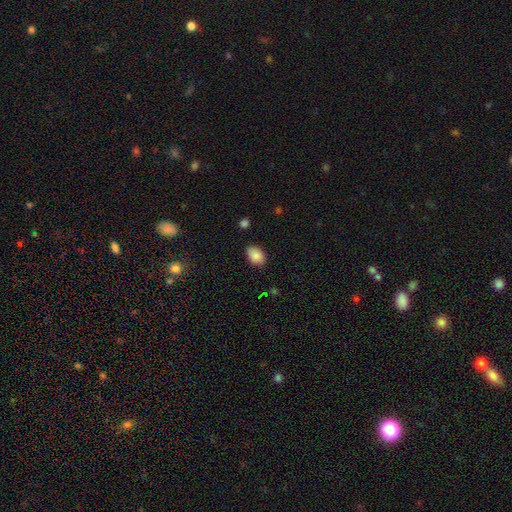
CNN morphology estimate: Smooth or featured? Predicted: smooth (p=0.87). How rounded? Predicted: in between (p=0.85). Merging? Predicted: none (p=0.80).